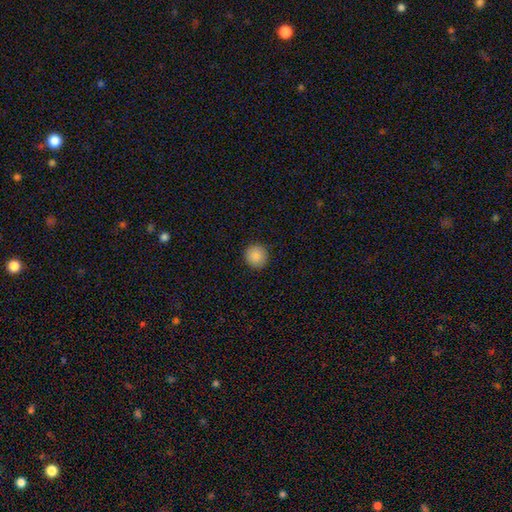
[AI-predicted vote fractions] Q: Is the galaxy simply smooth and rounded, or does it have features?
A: smooth — 88%.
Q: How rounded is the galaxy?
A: round — 95%.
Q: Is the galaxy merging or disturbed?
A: none — 92%.